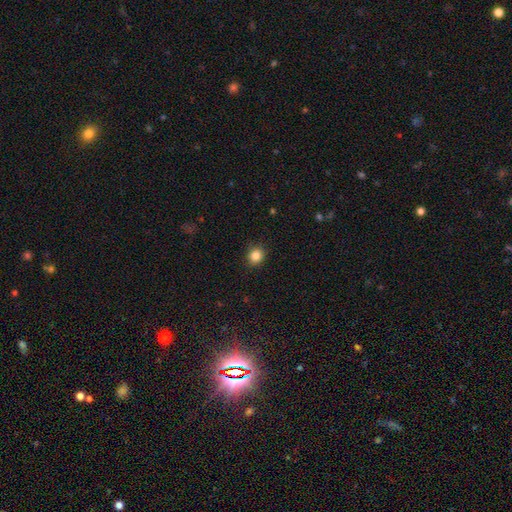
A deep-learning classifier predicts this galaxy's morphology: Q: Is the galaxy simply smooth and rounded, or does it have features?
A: smooth — 85%.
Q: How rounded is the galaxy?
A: round — 78%.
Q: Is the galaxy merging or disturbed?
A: none — 89%.